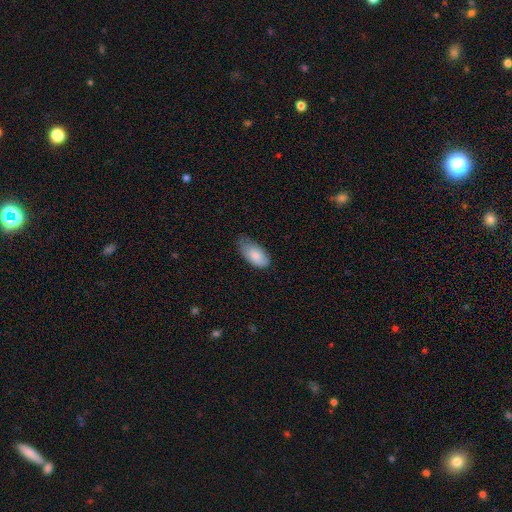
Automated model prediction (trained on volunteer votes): Smooth or featured?
  - smooth: 84% *
  - featured or disk: 9%
  - star or artifact: 6%
How rounded?
  - in between: 94% *
  - cigar-shaped: 3%
  - round: 3%
Merging?
  - none: 51% *
  - minor disturbance: 41%
  - major disturbance: 7%
  - merger: 1%